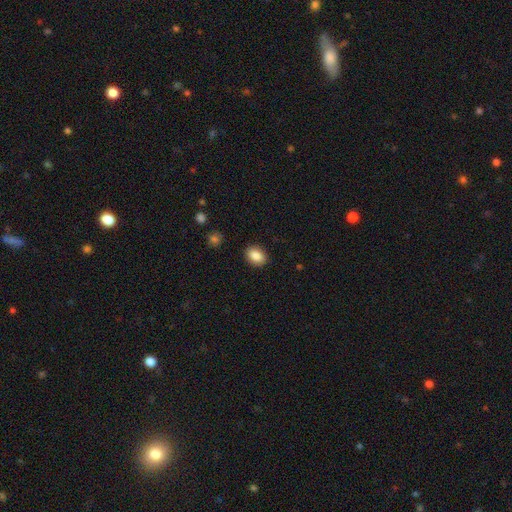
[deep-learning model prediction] A smooth galaxy with no disk features (86%) that is in between round and cigar-shaped (70%).

Vote fractions:
- Smooth or featured? smooth: 86% / star or artifact: 8% / featured or disk: 5%
- How rounded? in between: 70% / round: 29% / cigar-shaped: 1%
- Merging? none: 89% / minor disturbance: 8% / major disturbance: 2% / merger: 1%